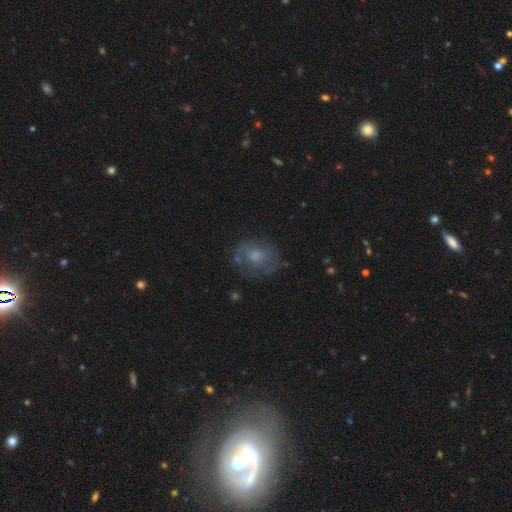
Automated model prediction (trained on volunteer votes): Overall: smooth (48%; featured or disk 41%). Merging: none (65%).